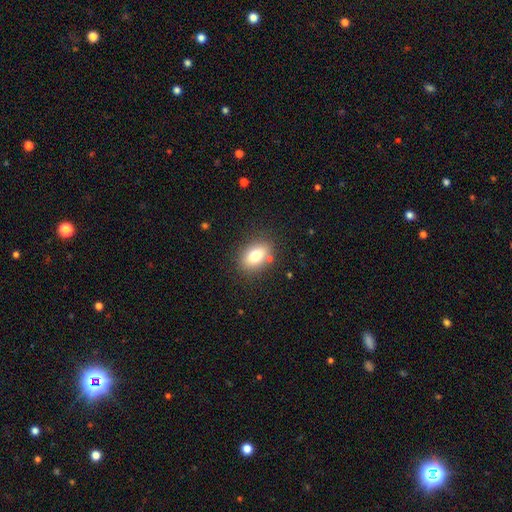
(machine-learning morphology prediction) This appears to be a smooth galaxy with no disk features (77%) that is in between round and cigar-shaped (78%). Merging: none (83%).